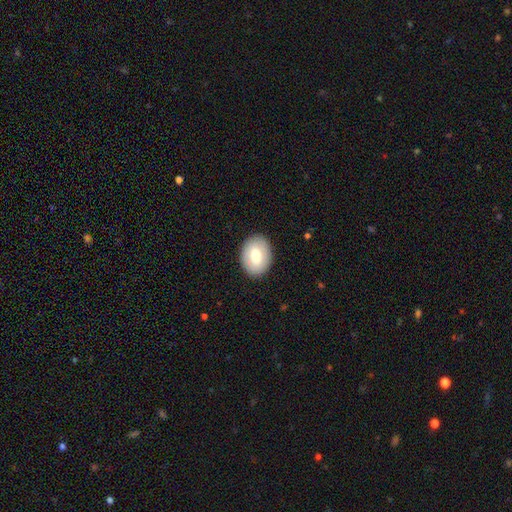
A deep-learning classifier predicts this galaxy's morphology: This appears to be a smooth galaxy with no disk features (69%) that is in between round and cigar-shaped (71%). Merging: none (88%).